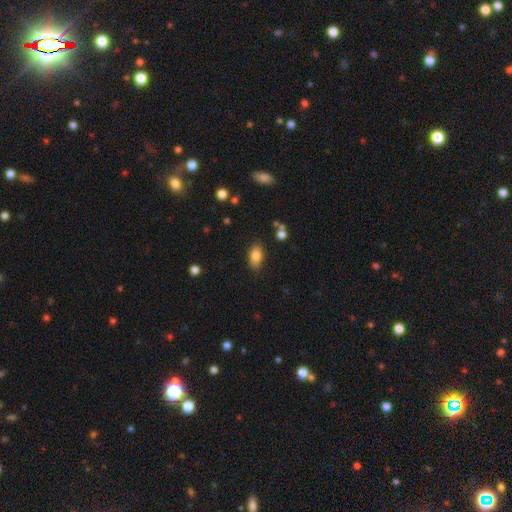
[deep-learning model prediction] The model was most divided on "merging": none: 83%, minor disturbance: 12%, major disturbance: 3%, merger: 2%. More confident: how rounded — in between (89%); smooth or featured — smooth (85%).